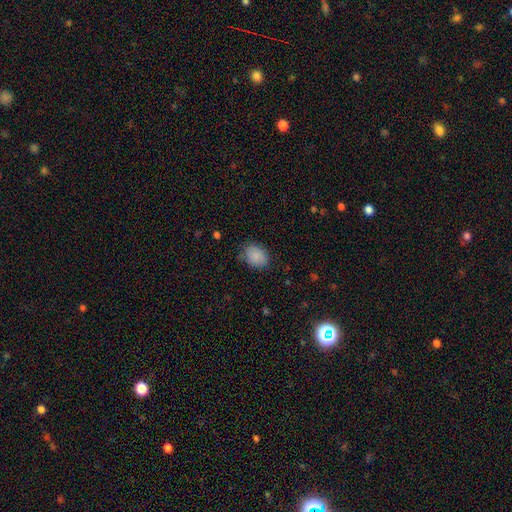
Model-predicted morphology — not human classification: A smooth galaxy with no disk features (87%) that is in between round and cigar-shaped (61%).

Vote fractions:
- Smooth or featured? smooth: 87% / star or artifact: 8% / featured or disk: 5%
- How rounded? in between: 61% / round: 38% / cigar-shaped: 1%
- Merging? none: 77% / minor disturbance: 18% / major disturbance: 4% / merger: 1%